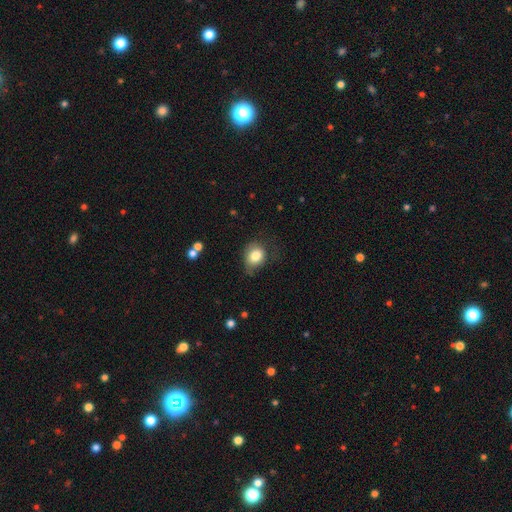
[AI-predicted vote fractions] Morphology: type=smooth (81%); roundness=round (54%); merging=none (50%).